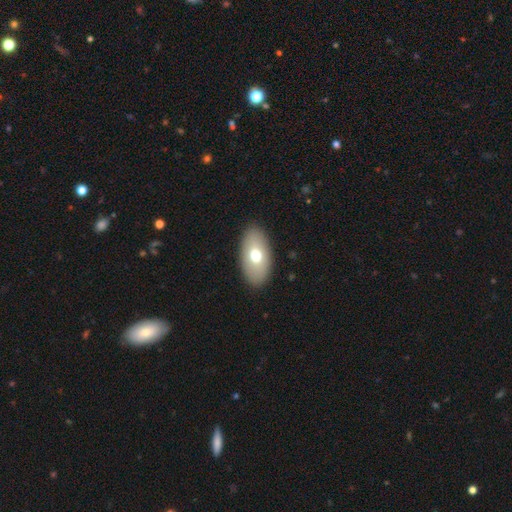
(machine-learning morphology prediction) The model was most divided on "smooth or featured": smooth: 68%, featured or disk: 25%, star or artifact: 7%. More confident: how rounded — in between (93%); merging — none (88%).